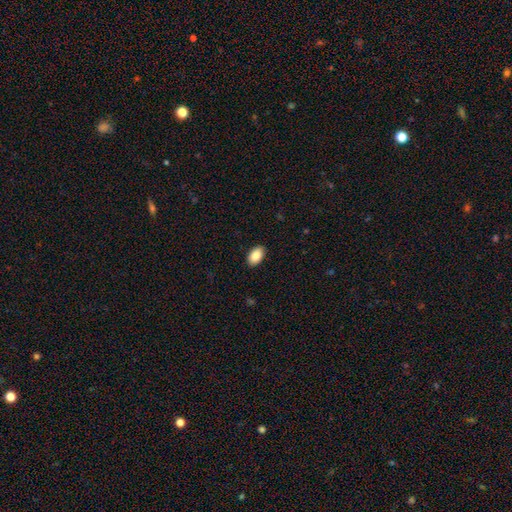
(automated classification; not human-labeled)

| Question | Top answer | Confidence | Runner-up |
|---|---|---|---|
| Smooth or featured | smooth | 88% | star or artifact (7%) |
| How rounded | in between | 92% | round (7%) |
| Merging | none | 90% | minor disturbance (8%) |